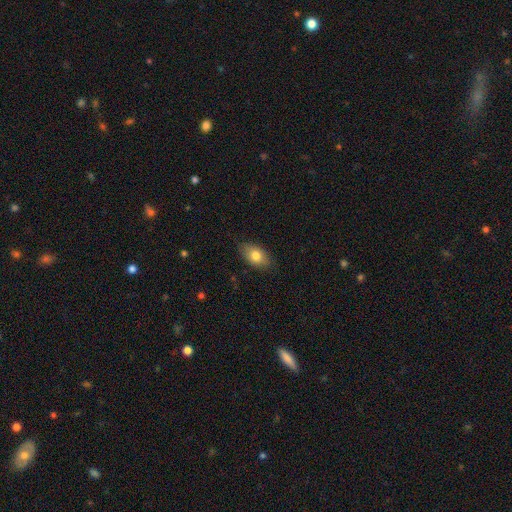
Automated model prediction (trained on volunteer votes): Smooth or featured?
  - smooth: 78% *
  - featured or disk: 14%
  - star or artifact: 8%
How rounded?
  - in between: 90% *
  - round: 8%
  - cigar-shaped: 2%
Merging?
  - none: 84% *
  - minor disturbance: 13%
  - major disturbance: 2%
  - merger: 1%